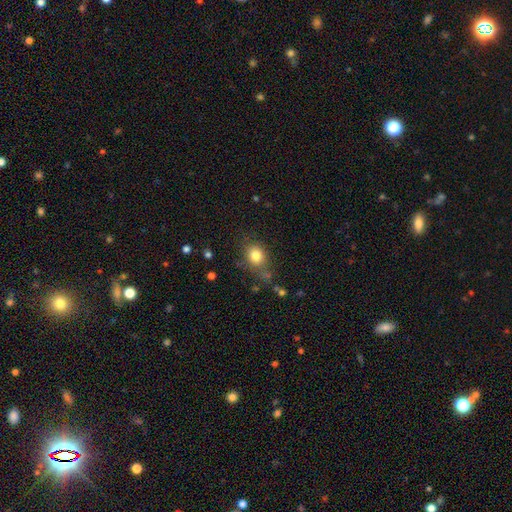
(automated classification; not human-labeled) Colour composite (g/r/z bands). It shows a smooth galaxy with no disk features (81%) that is round (63%). Merging: none (71%).